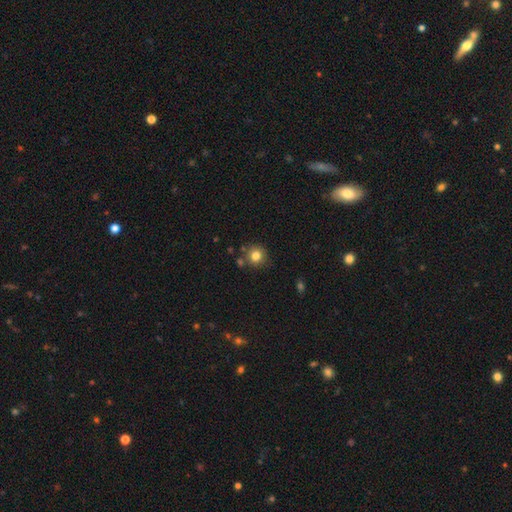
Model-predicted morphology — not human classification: Smooth or featured: smooth — 81% (star or artifact — 12%)
How rounded: round — 91% (in between — 8%)
Merging: none — 77% (minor disturbance — 11%)